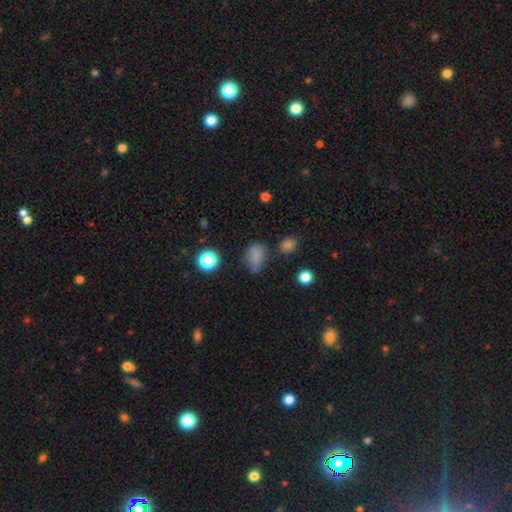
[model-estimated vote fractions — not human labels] Smooth or featured: smooth — 74% (star or artifact — 17%)
How rounded: in between — 77% (round — 20%)
Merging: none — 47% (minor disturbance — 29%)